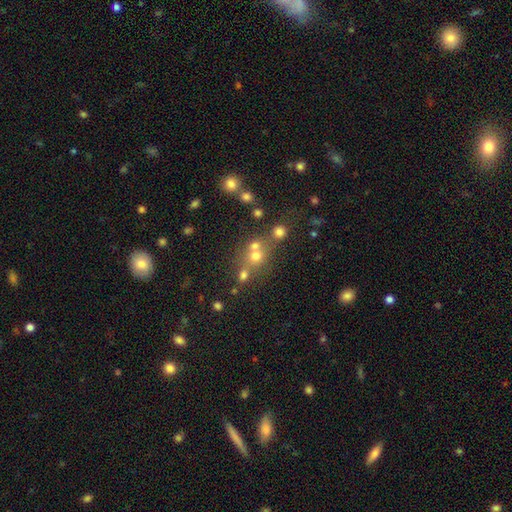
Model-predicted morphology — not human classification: Overall: smooth (62%; star or artifact 23%). How rounded: round (81%). Merging: none (47%; merger 40%).